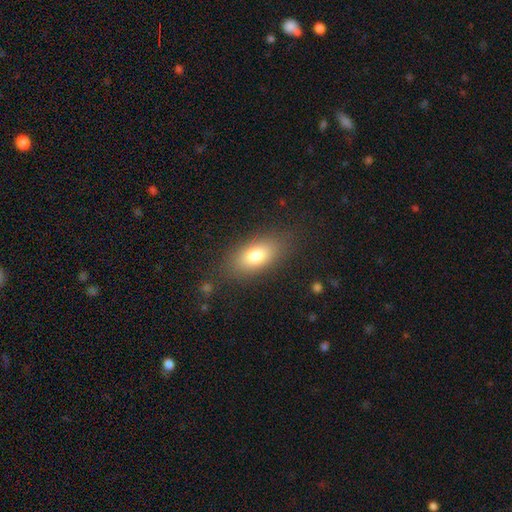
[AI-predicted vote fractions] Morphology: type=smooth (76%); roundness=in between (85%); merging=none (82%).